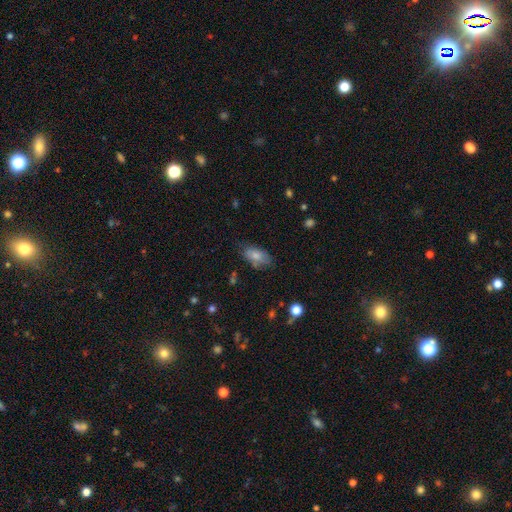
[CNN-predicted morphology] smooth-or-featured: smooth: 78% | featured or disk: 14% | star or artifact: 8%
  how-rounded: in between: 91% | round: 5% | cigar-shaped: 4%
  merging: none: 68% | minor disturbance: 24% | major disturbance: 6% | merger: 3%